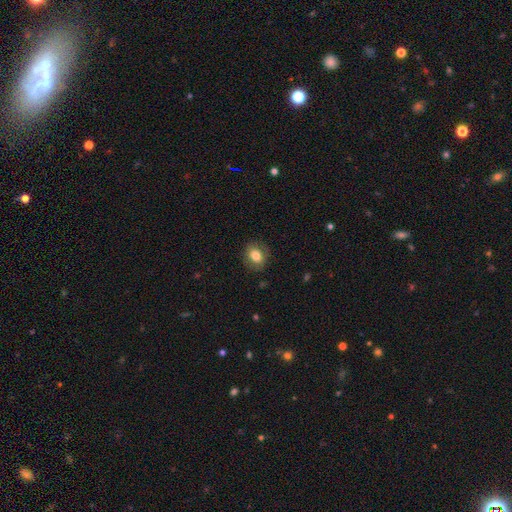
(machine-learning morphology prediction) Overall: smooth (77%). How rounded: in between (51%; round 48%). Merging: none (84%).